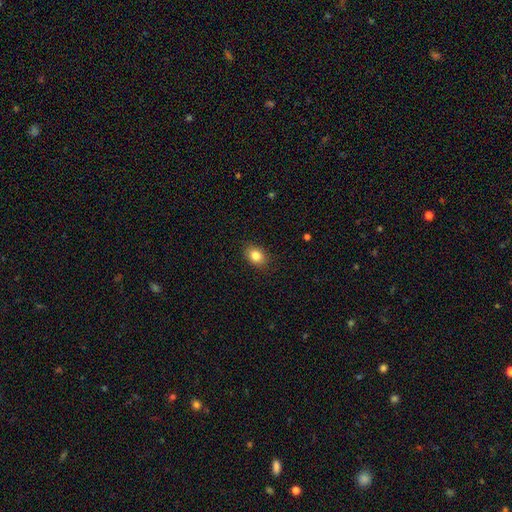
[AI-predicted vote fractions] The model was most divided on "how rounded": in between: 68%, round: 31%, cigar-shaped: 1%. More confident: merging — none (87%); smooth or featured — smooth (84%).